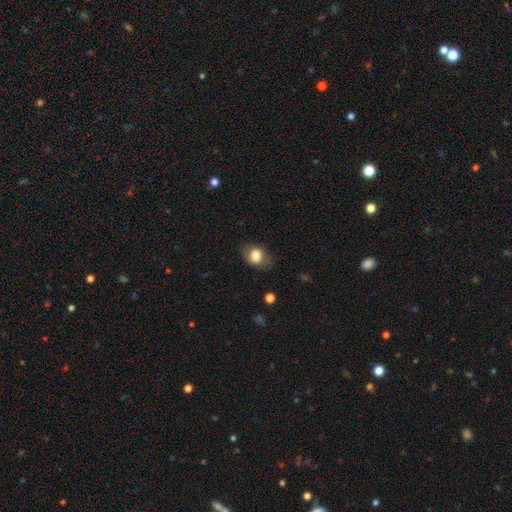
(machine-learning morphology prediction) type=smooth (77%); roundness=in between (66%); merging=none (72%).